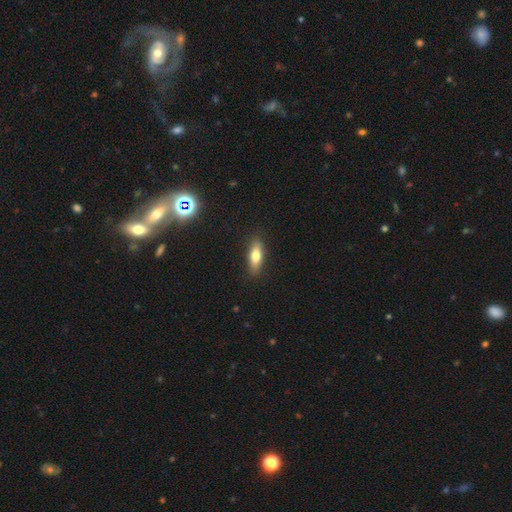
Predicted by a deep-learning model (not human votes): smooth 72%, featured or disk 21%, star or artifact 7%. Down the decision tree: how rounded — in between (59%); merging — none (87%).